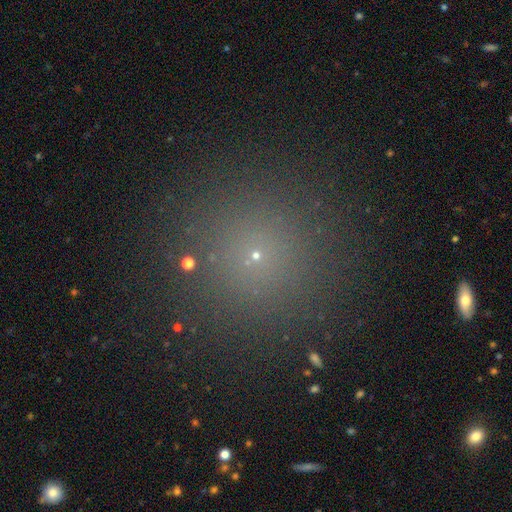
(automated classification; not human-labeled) Morphology: type=smooth (60%); roundness=round (96%); merging=none (90%).